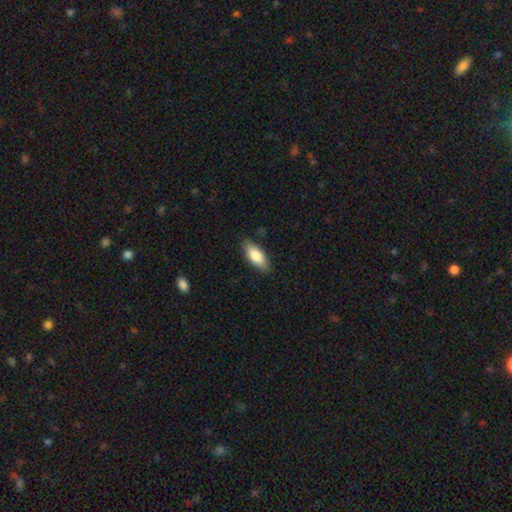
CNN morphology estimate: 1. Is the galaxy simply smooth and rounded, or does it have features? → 82% smooth, 12% featured or disk, 6% star or artifact.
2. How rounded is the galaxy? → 82% in between, 15% cigar-shaped, 2% round.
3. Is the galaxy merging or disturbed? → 84% none, 12% minor disturbance, 2% major disturbance, 1% merger.